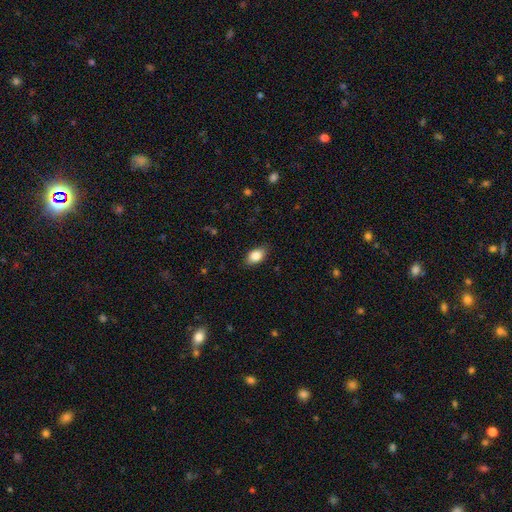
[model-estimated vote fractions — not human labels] This is clearly a smooth galaxy (86%). How rounded: clearly in between (88%). Merging: clearly none (84%).